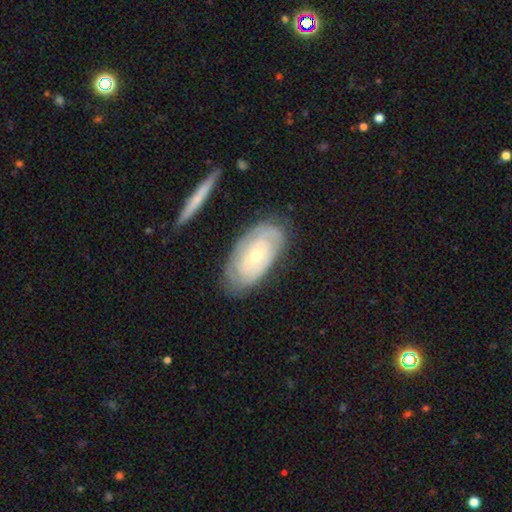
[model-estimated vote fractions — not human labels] Smooth or featured: featured or disk — 78% (smooth — 16%)
Edge-on disk: no — 92% (yes — 8%)
Bar: no — 62% (weak — 29%)
Spiral arms: yes — 90% (no — 10%)
Spiral winding: tight — 77% (medium — 18%)
Spiral arm count: can't tell — 44% (2 — 28%)
Bulge size: small — 51% (moderate — 46%)
Merging: none — 77% (minor disturbance — 16%)